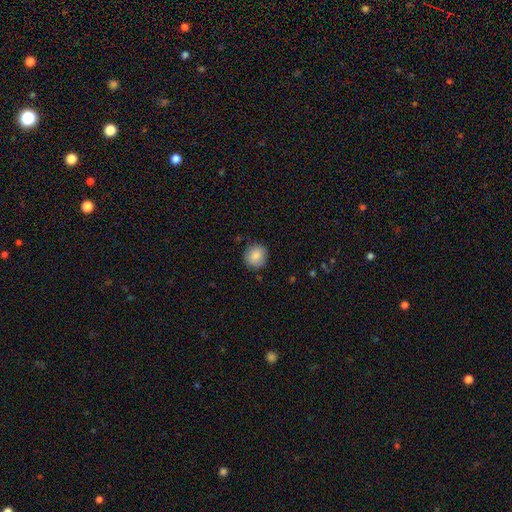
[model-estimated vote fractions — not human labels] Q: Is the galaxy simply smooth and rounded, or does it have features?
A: smooth — 86%.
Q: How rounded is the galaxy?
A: round — 89%.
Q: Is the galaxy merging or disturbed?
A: none — 85%.